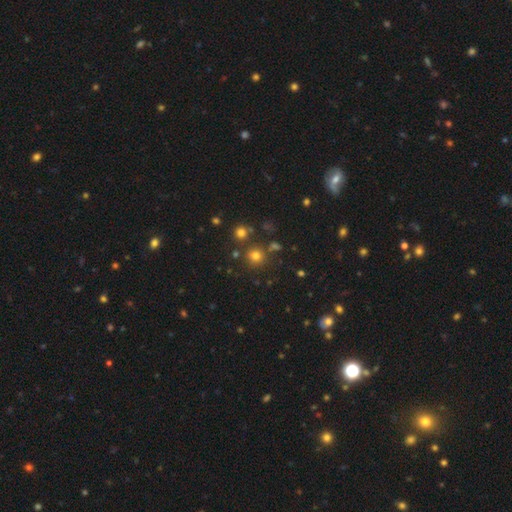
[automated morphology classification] Overall: smooth (73%). How rounded: round (91%). Merging: none (80%).